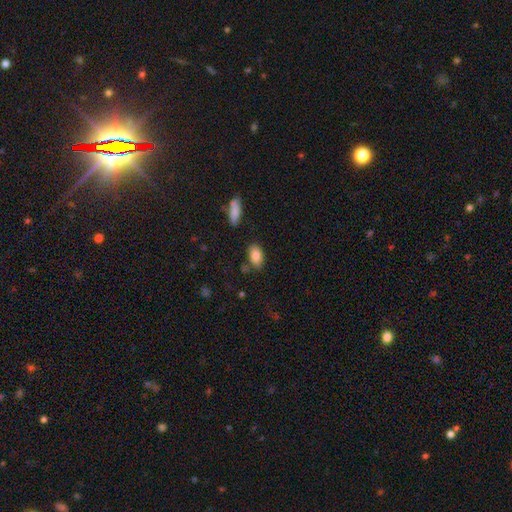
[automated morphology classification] smooth 85%, star or artifact 8%, featured or disk 7%. Down the decision tree: how rounded — in between (91%); merging — none (71%).